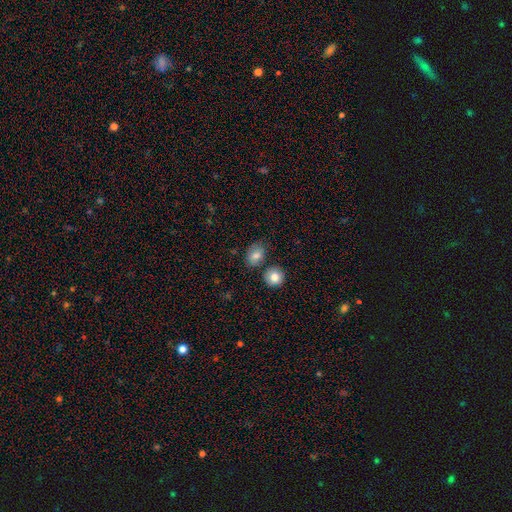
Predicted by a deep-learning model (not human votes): smooth-or-featured: smooth: 79% | featured or disk: 12% | star or artifact: 9%
  how-rounded: in between: 64% | round: 34% | cigar-shaped: 1%
  merging: none: 69% | minor disturbance: 17% | merger: 11% | major disturbance: 4%